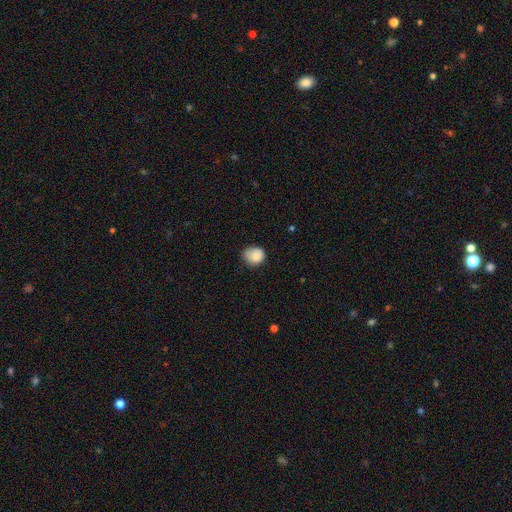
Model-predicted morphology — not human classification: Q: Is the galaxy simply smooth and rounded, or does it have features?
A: smooth — 83%.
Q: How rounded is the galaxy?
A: round — 69%.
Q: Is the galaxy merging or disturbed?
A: none — 57%.